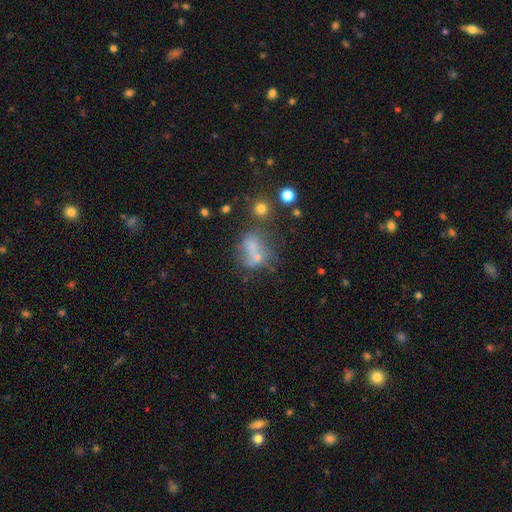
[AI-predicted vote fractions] Smooth or featured: smooth — 48% (featured or disk — 29%)
Merging: none — 36% (merger — 28%)